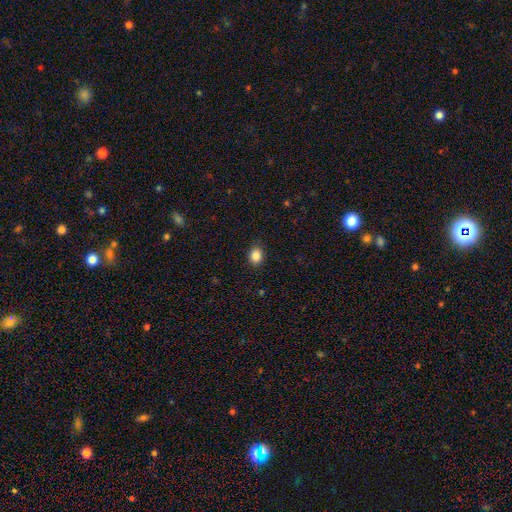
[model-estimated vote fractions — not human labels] Smooth or featured? Predicted: smooth (p=0.86). How rounded? Predicted: round (p=0.51). Merging? Predicted: none (p=0.90).